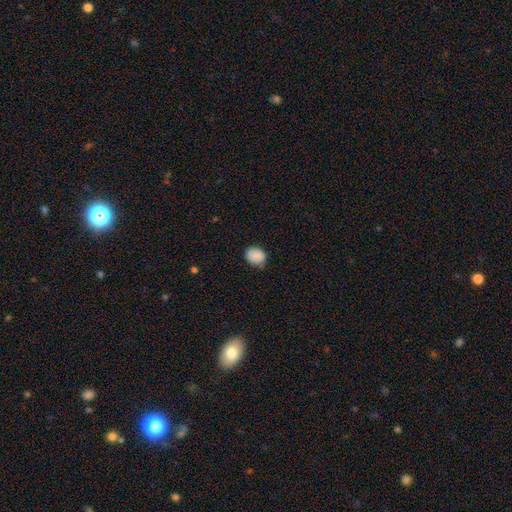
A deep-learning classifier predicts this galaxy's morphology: A smooth galaxy with no disk features (87%) that is round (55%).

Vote fractions:
- Smooth or featured? smooth: 87% / star or artifact: 8% / featured or disk: 5%
- How rounded? round: 55% / in between: 44% / cigar-shaped: 1%
- Merging? none: 75% / minor disturbance: 20% / major disturbance: 3% / merger: 1%